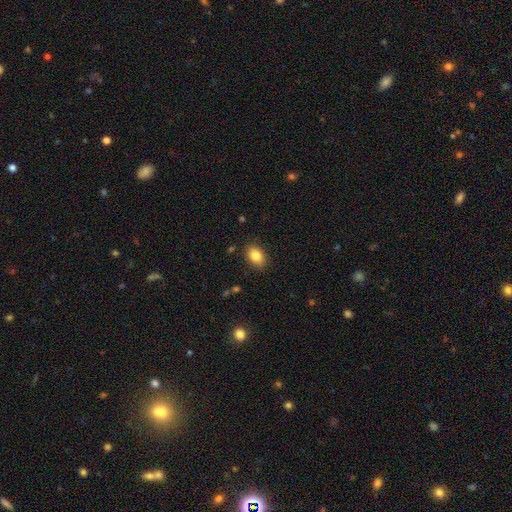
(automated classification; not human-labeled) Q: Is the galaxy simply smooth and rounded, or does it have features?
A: smooth — 85%.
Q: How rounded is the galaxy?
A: in between — 82%.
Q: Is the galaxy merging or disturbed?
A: none — 87%.